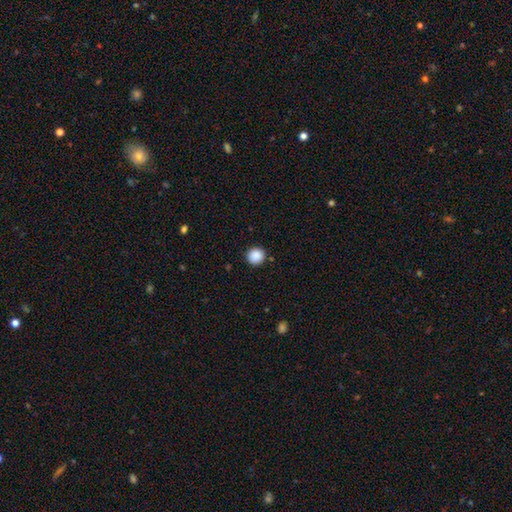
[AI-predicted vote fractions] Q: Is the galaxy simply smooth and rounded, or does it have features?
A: smooth — 88%.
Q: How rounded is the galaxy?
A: round — 94%.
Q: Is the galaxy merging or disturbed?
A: none — 91%.